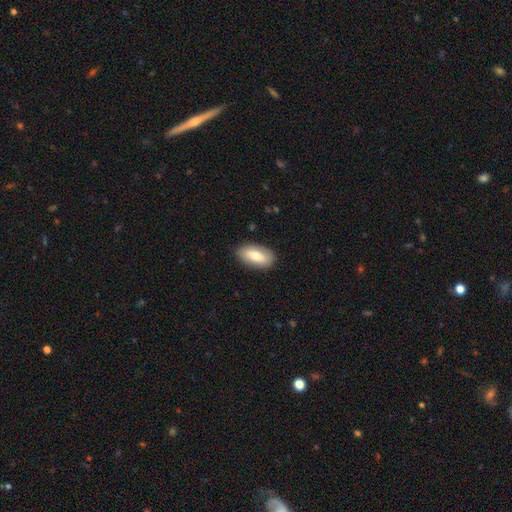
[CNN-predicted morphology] A smooth galaxy with no disk features (74%) that is in between round and cigar-shaped (93%).

Vote fractions:
- Smooth or featured? smooth: 74% / featured or disk: 20% / star or artifact: 6%
- How rounded? in between: 93% / cigar-shaped: 4% / round: 3%
- Merging? none: 86% / minor disturbance: 10% / major disturbance: 2% / merger: 1%